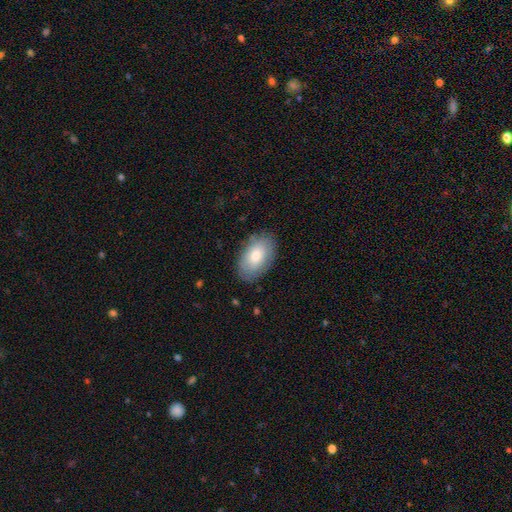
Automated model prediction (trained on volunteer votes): Morphology: type=smooth (74%); roundness=in between (92%); merging=none (81%).